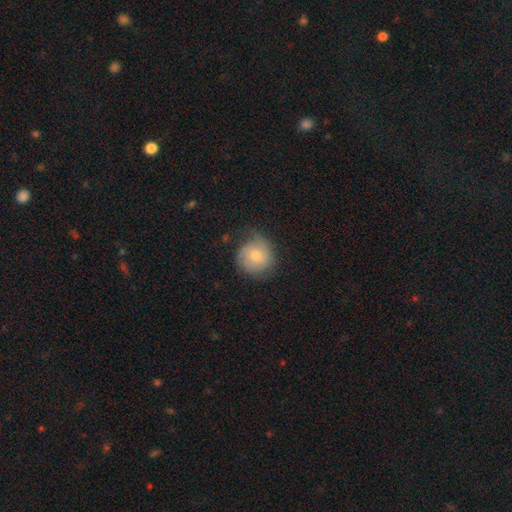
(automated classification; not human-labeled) Smooth or featured: smooth — 53% (featured or disk — 40%)
How rounded: round — 87% (in between — 12%)
Merging: none — 60% (minor disturbance — 29%)